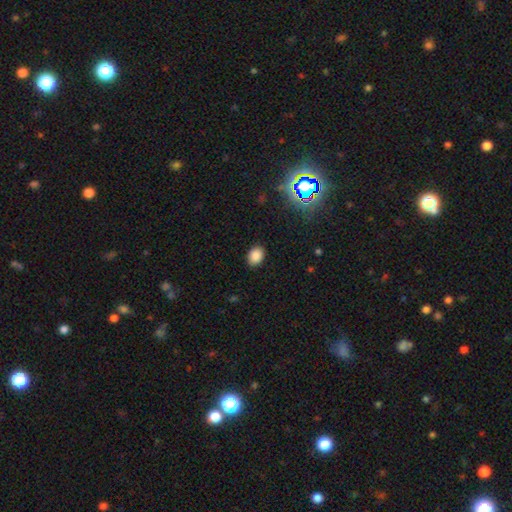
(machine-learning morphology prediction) A smooth galaxy with no disk features (86%) that is in between round and cigar-shaped (66%). Merging: none (88%).